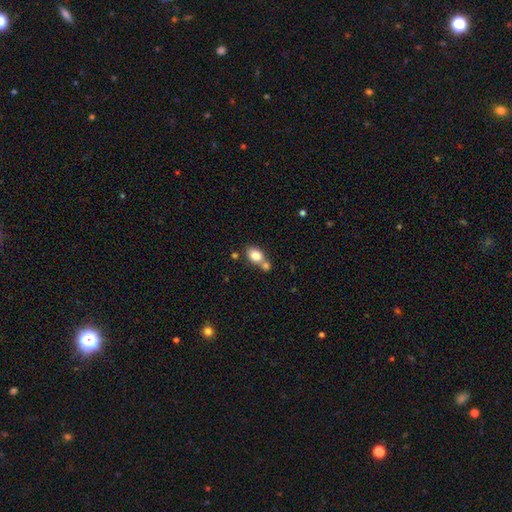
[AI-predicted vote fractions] Smooth or featured? Predicted: smooth (p=0.81). How rounded? Predicted: in between (p=0.73). Merging? Predicted: none (p=0.44).